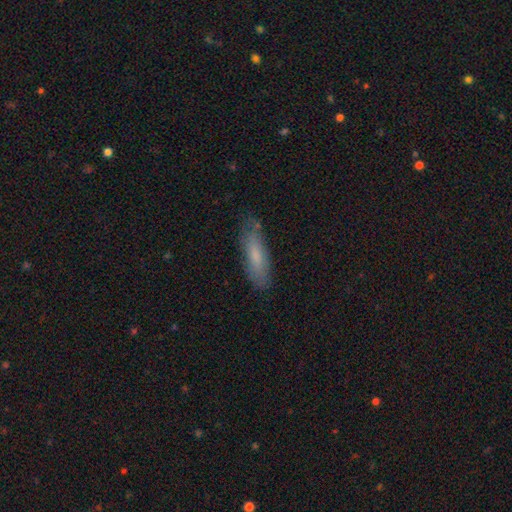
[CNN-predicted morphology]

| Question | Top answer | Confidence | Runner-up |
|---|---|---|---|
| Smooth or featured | smooth | 71% | featured or disk (22%) |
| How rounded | cigar-shaped | 61% | in between (38%) |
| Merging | none | 77% | minor disturbance (17%) |